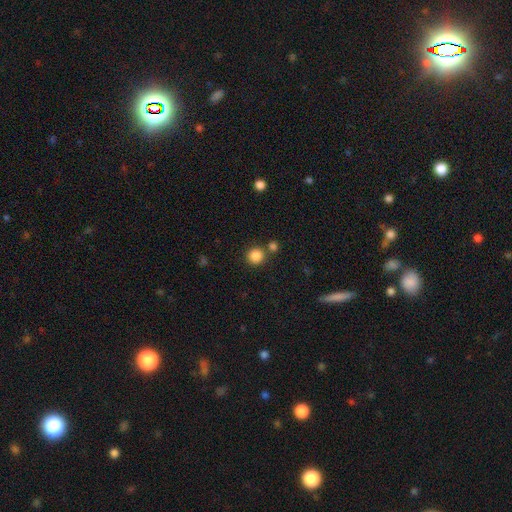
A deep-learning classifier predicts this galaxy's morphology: Smooth or featured? Predicted: smooth (p=0.85). How rounded? Predicted: round (p=0.93). Merging? Predicted: none (p=0.76).